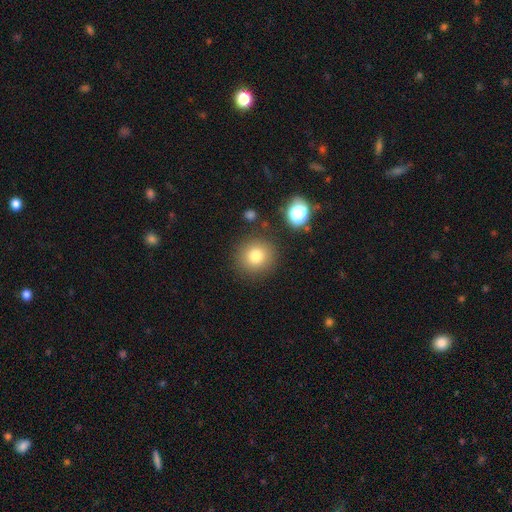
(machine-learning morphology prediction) type=smooth (78%); roundness=round (93%); merging=none (86%).